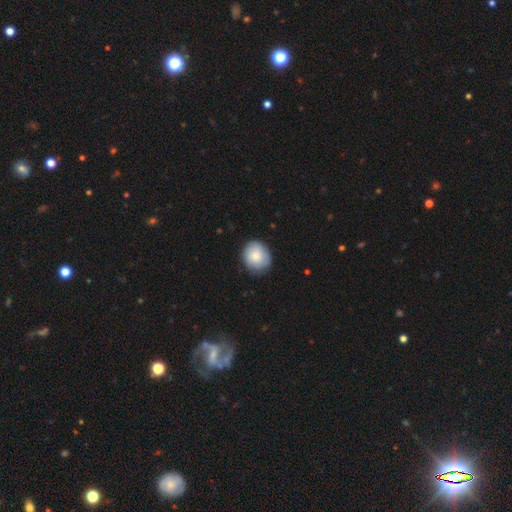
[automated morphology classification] type=smooth (78%); roundness=round (83%); merging=none (81%).